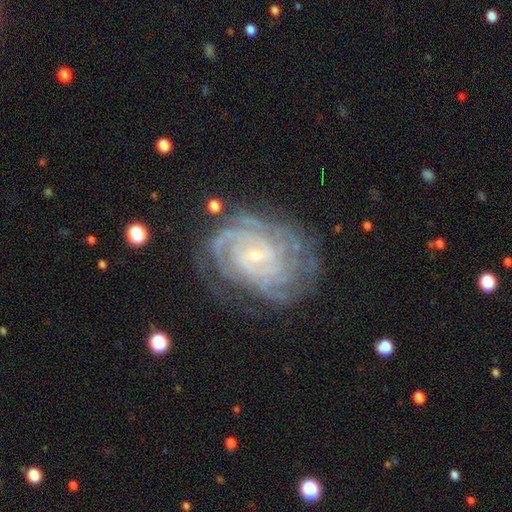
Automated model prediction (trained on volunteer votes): This is clearly a featured or disk galaxy (89%). It is clearly not viewed edge-on (97%). Bar: possibly weak (46%). Spiral arm pattern: clearly yes (98%). Spiral arm count: marginally can't tell (26%). Spiral winding: likely tight (79%). Central bulge: likely small (76%). Merging: likely none (71%).